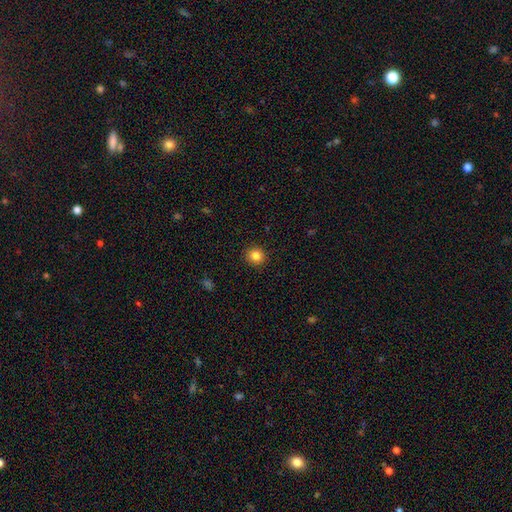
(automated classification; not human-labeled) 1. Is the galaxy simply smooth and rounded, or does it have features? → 84% smooth, 11% star or artifact, 5% featured or disk.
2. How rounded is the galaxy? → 90% round, 9% in between, 1% cigar-shaped.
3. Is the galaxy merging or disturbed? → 92% none, 6% minor disturbance, 2% major disturbance, 1% merger.